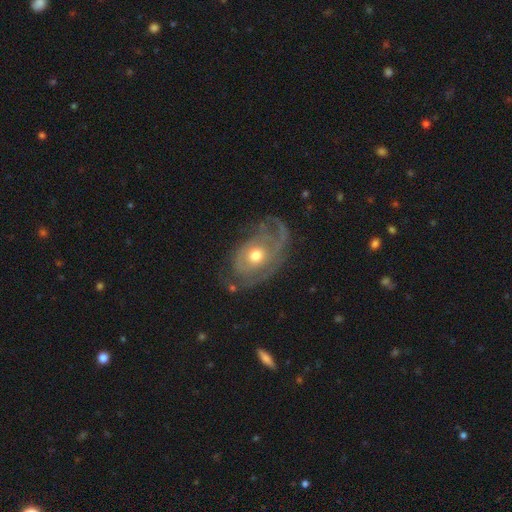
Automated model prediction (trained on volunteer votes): Smooth or featured? Predicted: featured or disk (p=0.76). Edge-on disk? Predicted: no (p=0.95). Bar? Predicted: no (p=0.84). Spiral arms? Predicted: yes (p=0.76). Spiral winding? Predicted: tight (p=0.46). Spiral arm count? Predicted: 2 (p=0.39). Bulge size? Predicted: moderate (p=0.72). Merging? Predicted: none (p=0.52).